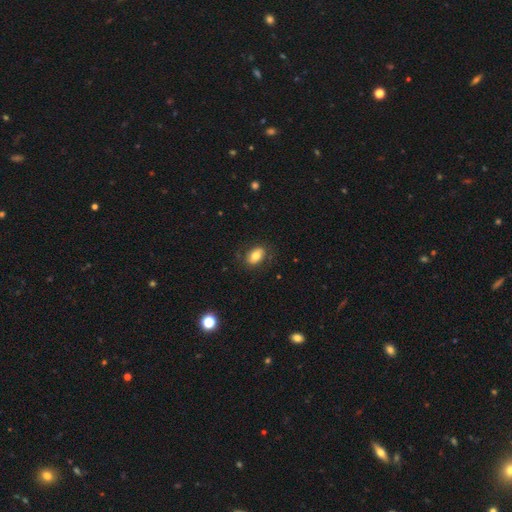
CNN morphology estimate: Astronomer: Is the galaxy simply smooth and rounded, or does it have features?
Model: smooth — 75%.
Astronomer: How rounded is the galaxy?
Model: in between — 87%.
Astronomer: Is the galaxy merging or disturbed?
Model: none — 81%.